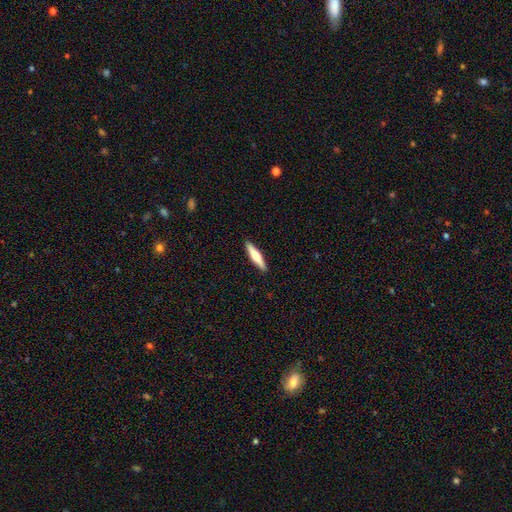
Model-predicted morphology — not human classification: Overall: smooth (56%; featured or disk 39%). How rounded: cigar-shaped (84%). Merging: none (91%).